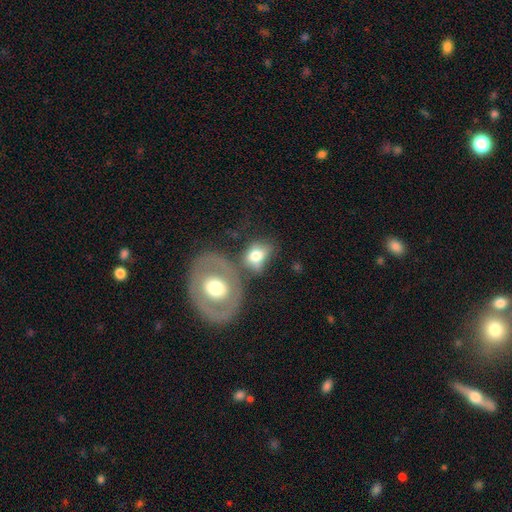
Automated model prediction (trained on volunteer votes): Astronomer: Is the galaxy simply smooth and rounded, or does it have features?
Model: smooth — 63%.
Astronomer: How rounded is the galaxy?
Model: in between — 63%.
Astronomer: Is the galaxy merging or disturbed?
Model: merger — 37% (runner-up: none, 35%).